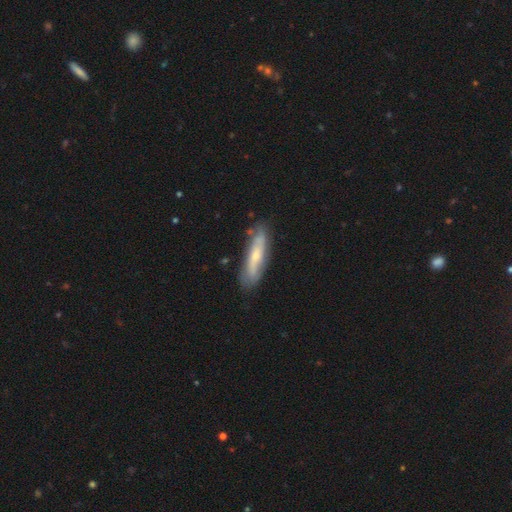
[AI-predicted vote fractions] Smooth or featured? Predicted: featured or disk (p=0.54). Edge-on disk? Predicted: no (p=0.58). Merging? Predicted: none (p=0.79).